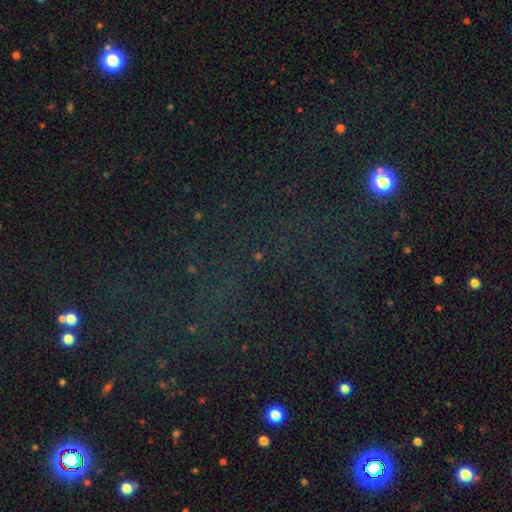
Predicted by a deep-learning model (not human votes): Smooth or featured: star or artifact — 70% (smooth — 19%)